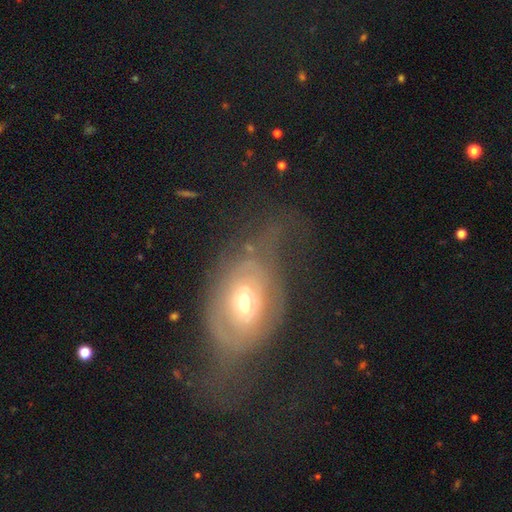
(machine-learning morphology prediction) featured or disk 58%, smooth 30%, star or artifact 12%. Down the decision tree: edge-on disk — no (90%); bar — no (69%); spiral arms — no (53%); bulge size — moderate (55%); merging — major disturbance (41%).